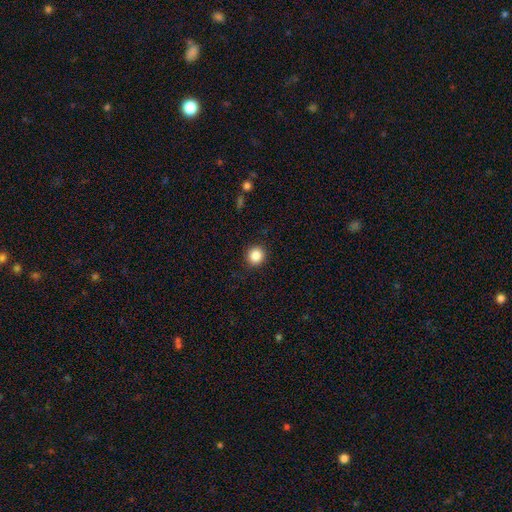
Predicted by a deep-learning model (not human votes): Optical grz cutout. It shows a smooth galaxy with no disk features (86%) that is round (93%). Merging: none (90%).